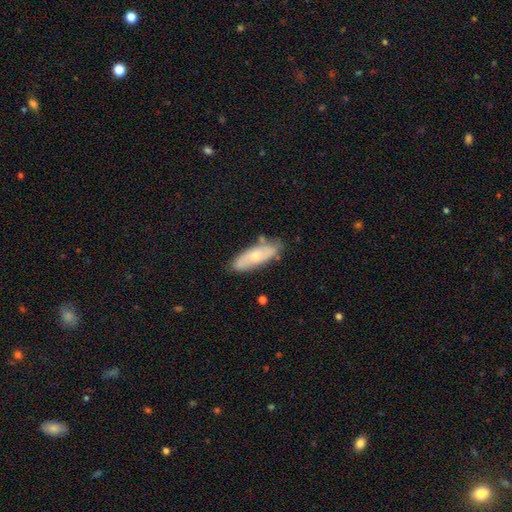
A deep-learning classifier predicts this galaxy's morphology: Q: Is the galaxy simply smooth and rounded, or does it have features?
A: smooth — 56%.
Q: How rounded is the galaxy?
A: in between — 58%.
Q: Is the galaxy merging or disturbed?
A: none — 73%.